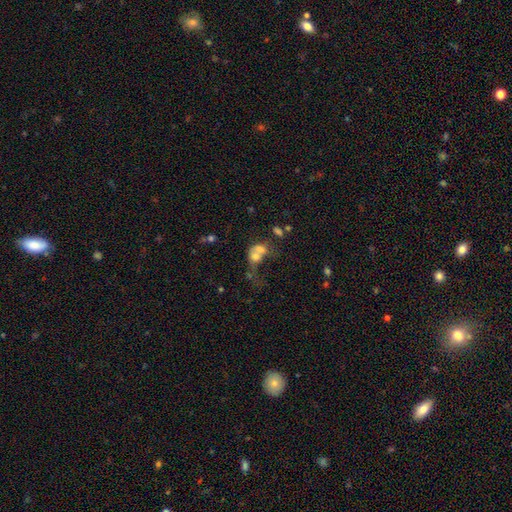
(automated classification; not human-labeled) Smooth or featured? Predicted: smooth (p=0.60). How rounded? Predicted: in between (p=0.58). Merging? Predicted: merger (p=0.61).